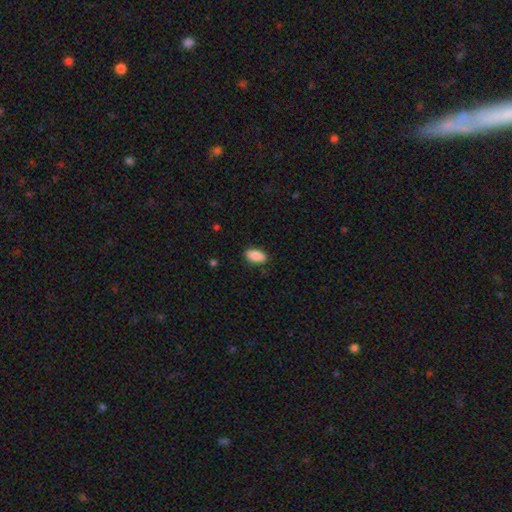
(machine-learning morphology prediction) Smooth or featured: smooth — 89% (star or artifact — 7%)
How rounded: in between — 92% (cigar-shaped — 5%)
Merging: none — 87% (minor disturbance — 10%)